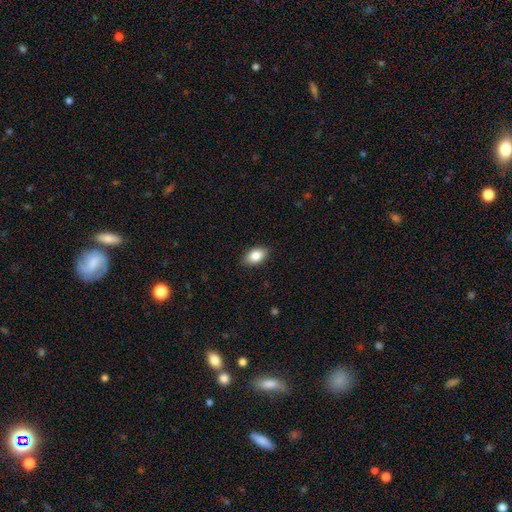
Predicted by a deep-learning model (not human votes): A smooth galaxy with no disk features (85%) that is in between round and cigar-shaped (91%). Merging: none (88%).